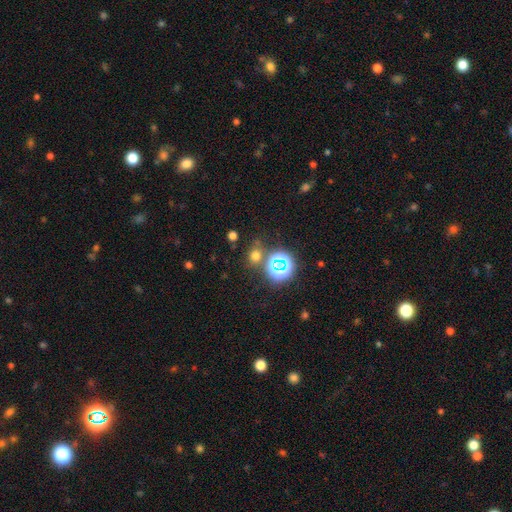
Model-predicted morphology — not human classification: A smooth galaxy with no disk features (60%) that is round (72%). Merging: none (75%).